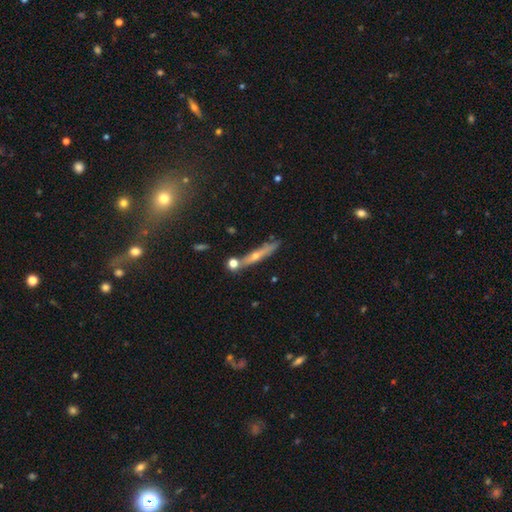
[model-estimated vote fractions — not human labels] smooth-or-featured: featured or disk: 58% | smooth: 33% | star or artifact: 10%
  disk-edge-on: yes: 91% | no: 9%
    edge-on-bulge: rounded: 77% | none: 19% | boxy: 3%
  merging: none: 76% | minor disturbance: 13% | merger: 8% | major disturbance: 3%